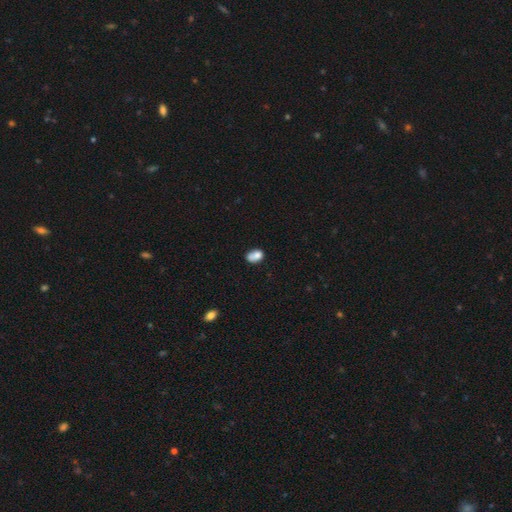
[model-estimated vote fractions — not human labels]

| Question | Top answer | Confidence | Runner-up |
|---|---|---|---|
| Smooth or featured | smooth | 76% | featured or disk (14%) |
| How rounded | in between | 76% | round (23%) |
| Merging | none | 40% | merger (27%) |